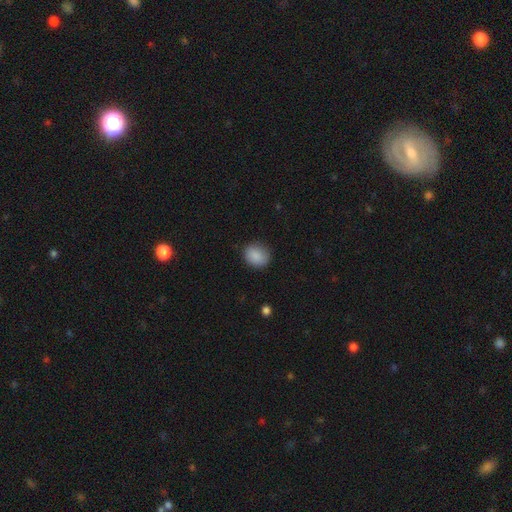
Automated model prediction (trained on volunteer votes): A smooth galaxy with no disk features (88%) that is round (61%). Merging: none (83%).